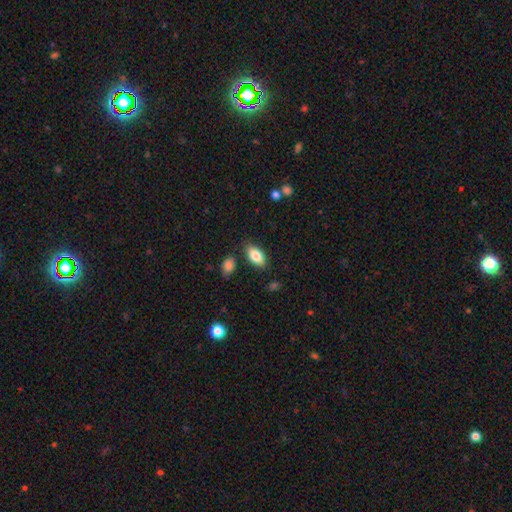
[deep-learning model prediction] smooth 83%, featured or disk 10%, star or artifact 7%. Down the decision tree: how rounded — in between (92%); merging — none (82%).